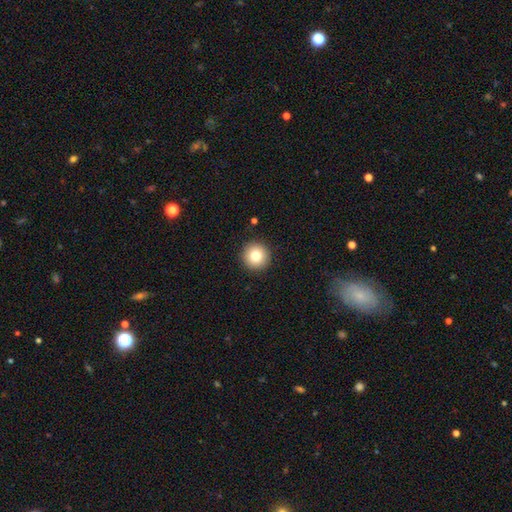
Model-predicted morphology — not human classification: Smooth or featured: smooth — 80% (star or artifact — 10%)
How rounded: round — 96% (in between — 3%)
Merging: none — 92% (minor disturbance — 5%)